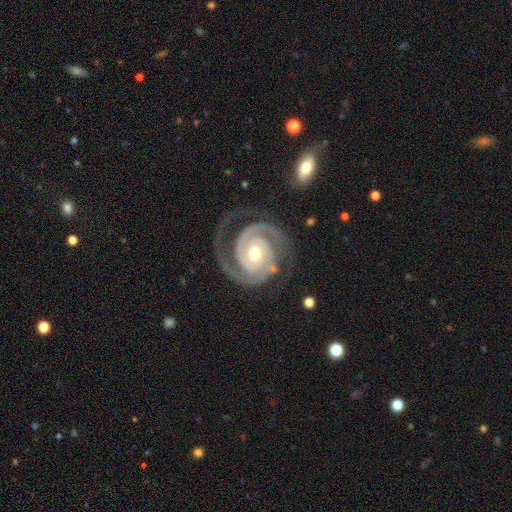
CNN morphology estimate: A featured or disk galaxy (94%) with no bar (57%), 2 (85%) tight (73%) spiral arms (99%) and a moderate central bulge (71%).

Vote fractions:
- Smooth or featured? featured or disk: 94% / star or artifact: 4% / smooth: 3%
- Edge-on disk? no: 98% / yes: 2%
- Bar? no: 57% / weak: 26% / strong: 17%
- Spiral arms? yes: 99% / no: 1%
- Spiral winding? tight: 73% / medium: 24% / loose: 3%
- Spiral arm count? 2: 85% / 3: 7% / can't tell: 3% / 1: 2% / 4: 2% / more than 4: 2%
- Bulge size? moderate: 71% / small: 23% / large: 4% / none: 1% / dominant: 1%
- Merging? none: 75% / minor disturbance: 15% / major disturbance: 8% / merger: 2%